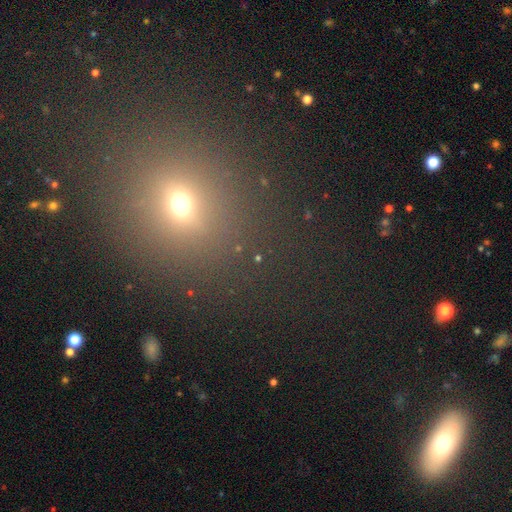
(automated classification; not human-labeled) This appears to be a smooth galaxy with no disk features (49%). Merging: none (86%).